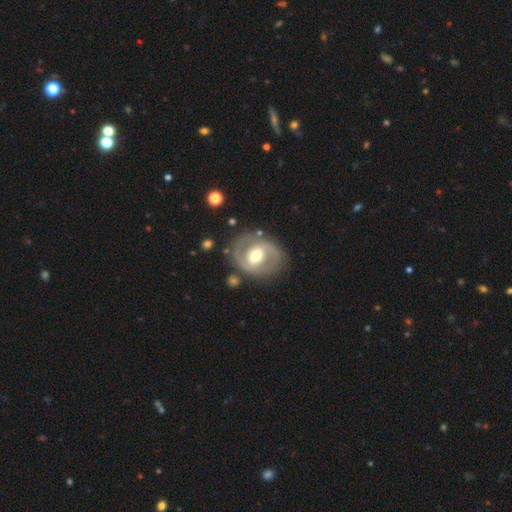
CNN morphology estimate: featured or disk 80%, smooth 15%, star or artifact 5%. Down the decision tree: edge-on disk — no (97%); bar — weak (43%); spiral arms — yes (83%); spiral arm count — 2 (88%); spiral winding — medium (52%); bulge size — moderate (69%); merging — none (81%).